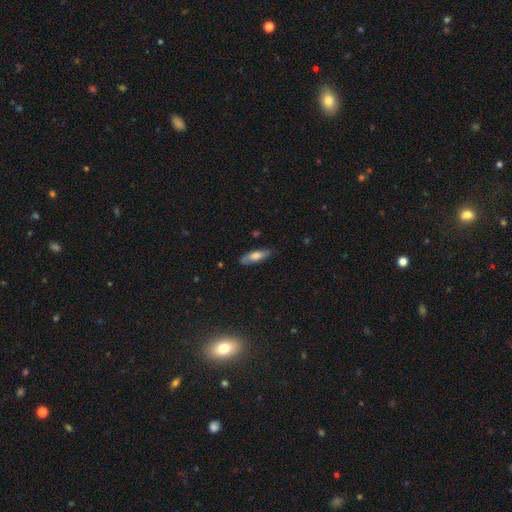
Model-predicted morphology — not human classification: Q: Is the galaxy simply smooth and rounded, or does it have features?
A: smooth — 62%.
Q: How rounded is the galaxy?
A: in between — 50%.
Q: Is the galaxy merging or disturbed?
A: none — 79%.